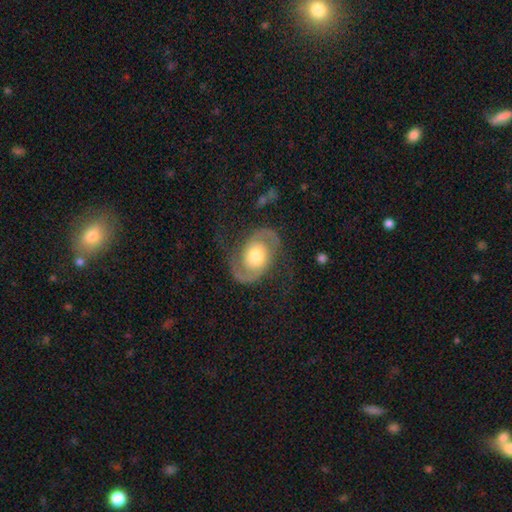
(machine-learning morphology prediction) Smooth or featured?
  - featured or disk: 89% *
  - smooth: 7%
  - star or artifact: 5%
Edge-on disk?
  - no: 98% *
  - yes: 2%
Bar?
  - no: 70% *
  - weak: 23%
  - strong: 7%
Spiral arms?
  - yes: 97% *
  - no: 3%
Spiral winding?
  - medium: 52% *
  - tight: 25%
  - loose: 24%
Spiral arm count?
  - 2: 93% *
  - can't tell: 2%
  - 1: 2%
  - 3: 1%
  - 4: 1%
  - more than 4: 1%
Bulge size?
  - moderate: 65% *
  - large: 19%
  - small: 13%
  - dominant: 2%
  - none: 1%
Merging?
  - none: 73% *
  - minor disturbance: 15%
  - major disturbance: 11%
  - merger: 1%